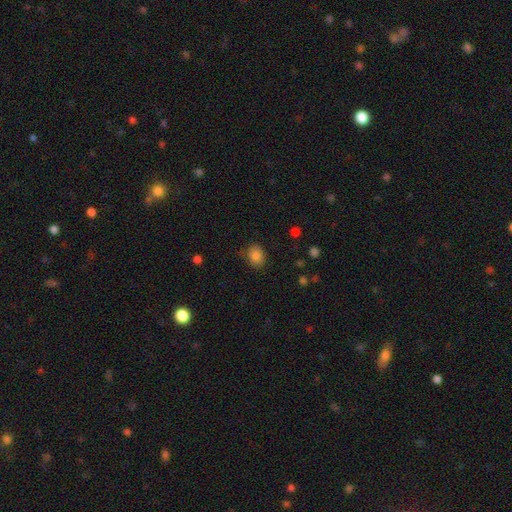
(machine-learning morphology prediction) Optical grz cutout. It shows a smooth galaxy with no disk features (85%) that is in between round and cigar-shaped (55%). Merging: none (79%).